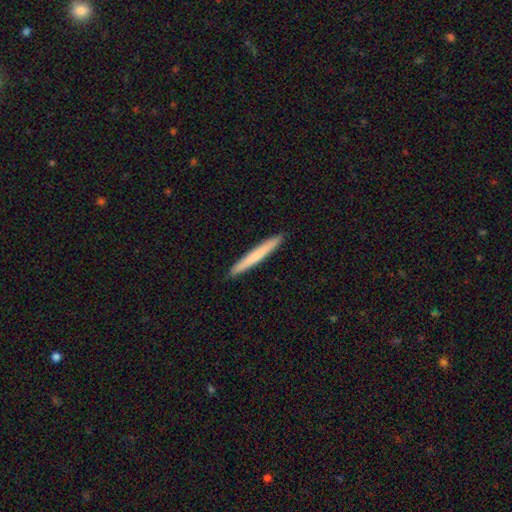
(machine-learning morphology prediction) smooth_or_featured: smooth (p=0.68) [alt: featured or disk p=0.27]
how_rounded: cigar-shaped (p=0.97) [alt: in between p=0.02]
merging: none (p=0.93) [alt: minor disturbance p=0.05]